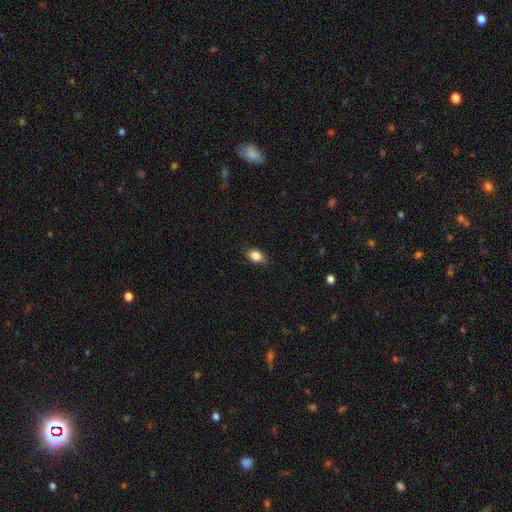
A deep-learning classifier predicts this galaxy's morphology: This appears to be a smooth galaxy with no disk features (84%) that is in between round and cigar-shaped (79%). Merging: none (80%).